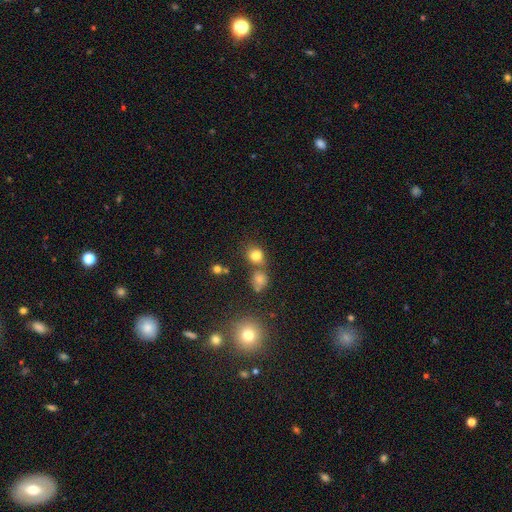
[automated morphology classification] Smooth or featured?
  - smooth: 76% *
  - star or artifact: 16%
  - featured or disk: 8%
How rounded?
  - round: 66% *
  - in between: 33%
  - cigar-shaped: 1%
Merging?
  - none: 53% *
  - merger: 30%
  - minor disturbance: 12%
  - major disturbance: 5%